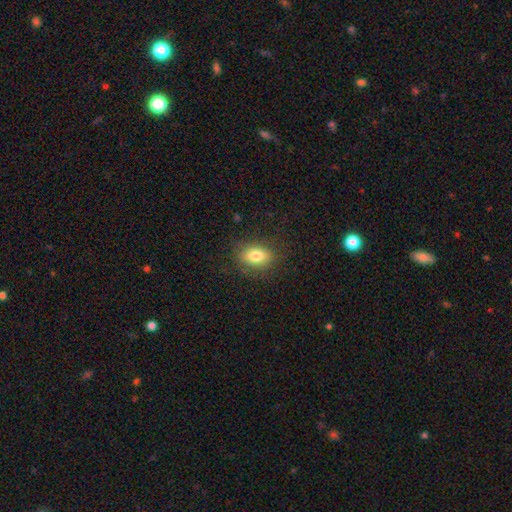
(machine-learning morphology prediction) smooth-or-featured: smooth: 80% | featured or disk: 11% | star or artifact: 9%
  how-rounded: in between: 83% | round: 14% | cigar-shaped: 3%
  merging: none: 84% | minor disturbance: 11% | major disturbance: 4% | merger: 1%